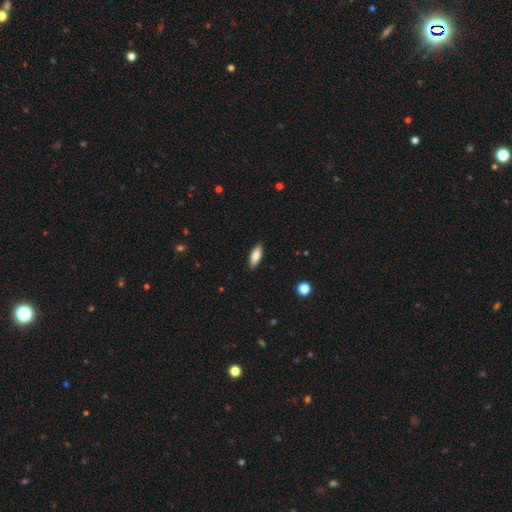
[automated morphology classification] A smooth galaxy with no disk features (80%) that is in between round and cigar-shaped (68%).

Vote fractions:
- Smooth or featured? smooth: 80% / featured or disk: 13% / star or artifact: 6%
- How rounded? in between: 68% / cigar-shaped: 30% / round: 2%
- Merging? none: 90% / minor disturbance: 8% / major disturbance: 2% / merger: 1%